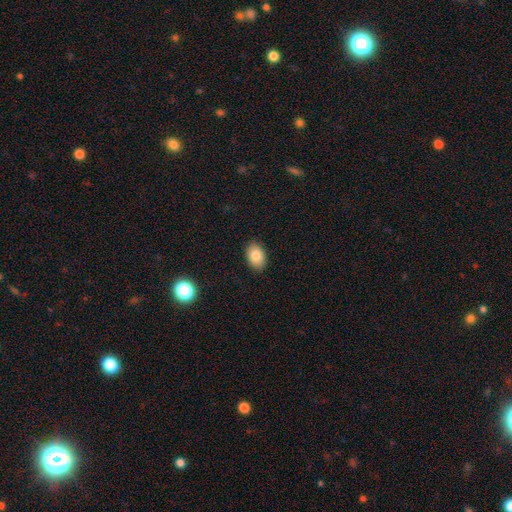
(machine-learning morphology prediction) A smooth galaxy with no disk features (84%) that is in between round and cigar-shaped (85%). Merging: none (88%).